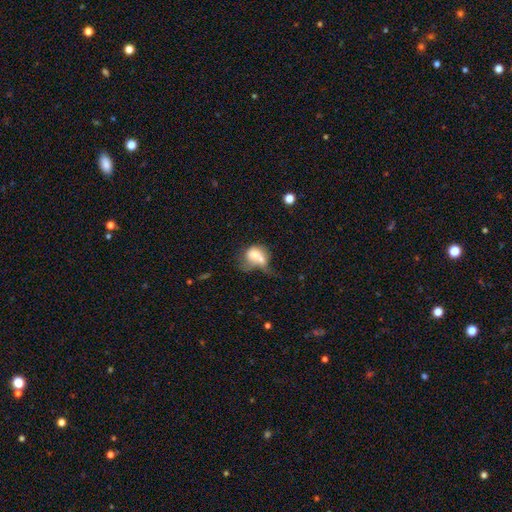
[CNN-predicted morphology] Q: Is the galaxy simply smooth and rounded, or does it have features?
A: smooth — 63%.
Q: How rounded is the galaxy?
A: in between — 49%, tied with round.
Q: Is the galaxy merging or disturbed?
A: merger — 57%.